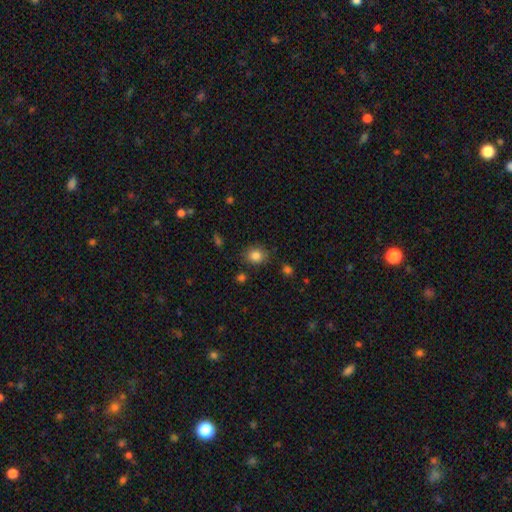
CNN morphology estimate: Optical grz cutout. It shows a smooth galaxy with no disk features (84%) that is round (69%). Merging: none (83%).